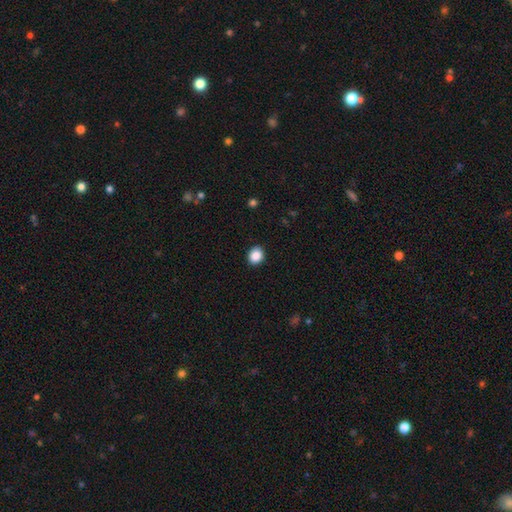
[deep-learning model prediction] The model was most divided on "how rounded": round: 62%, in between: 37%, cigar-shaped: 1%. More confident: merging — none (90%); smooth or featured — smooth (89%).